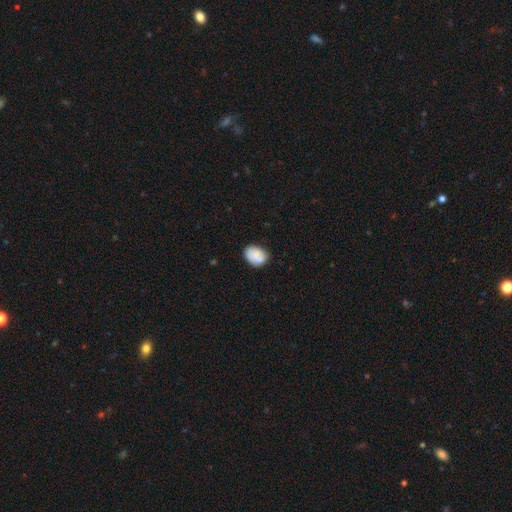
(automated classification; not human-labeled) A smooth galaxy with no disk features (81%) that is in between round and cigar-shaped (67%).

Vote fractions:
- Smooth or featured? smooth: 81% / featured or disk: 12% / star or artifact: 7%
- How rounded? in between: 67% / round: 32% / cigar-shaped: 1%
- Merging? none: 69% / minor disturbance: 22% / merger: 4% / major disturbance: 4%